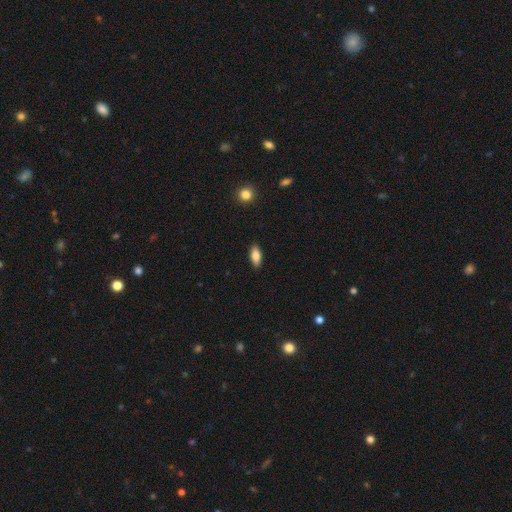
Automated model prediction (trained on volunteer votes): A smooth galaxy with no disk features (83%) that is in between round and cigar-shaped (86%).

Vote fractions:
- Smooth or featured? smooth: 83% / featured or disk: 10% / star or artifact: 7%
- How rounded? in between: 86% / cigar-shaped: 11% / round: 2%
- Merging? none: 89% / minor disturbance: 8% / major disturbance: 2% / merger: 1%